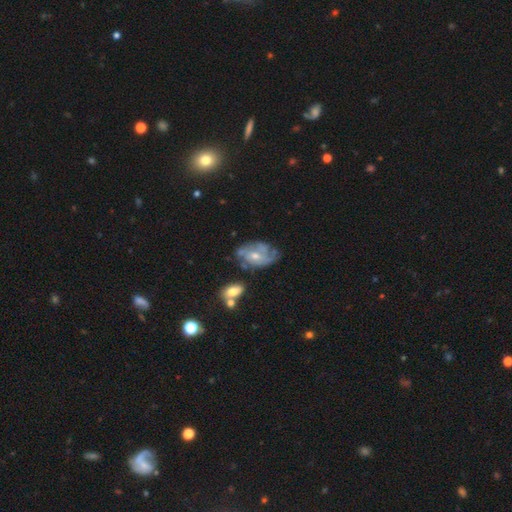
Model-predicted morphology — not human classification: This appears to be a featured or disk galaxy (73%) with no bar (62%), tight (40%, tied with medium) spiral arms (81%) and a moderate central bulge (49%). Merging: none (51%).